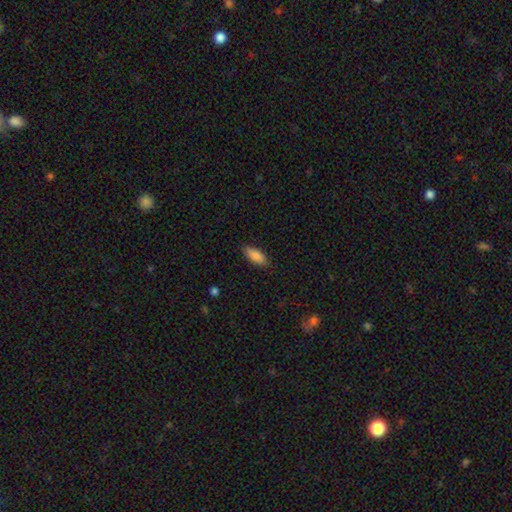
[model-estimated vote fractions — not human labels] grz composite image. It shows a smooth galaxy with no disk features (86%) that is in between round and cigar-shaped (74%). Merging: none (86%).